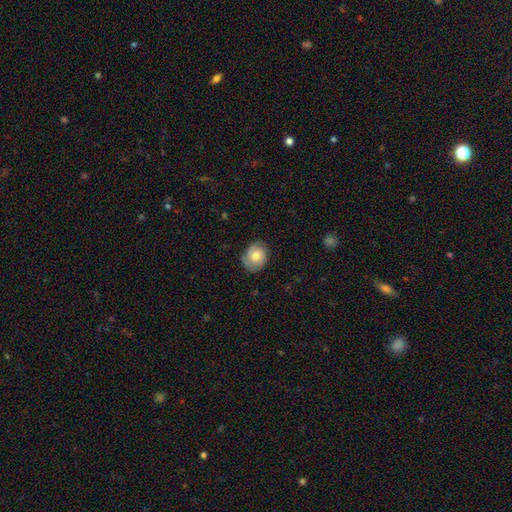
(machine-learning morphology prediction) smooth 55%, featured or disk 37%, star or artifact 7%. Down the decision tree: how rounded — round (56%); merging — none (75%).